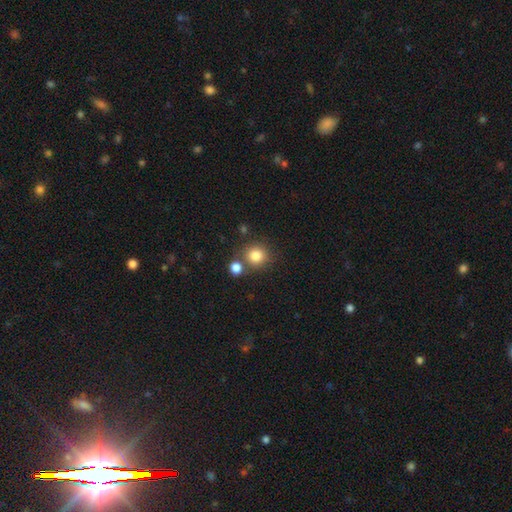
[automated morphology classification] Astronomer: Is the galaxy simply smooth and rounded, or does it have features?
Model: smooth — 83%.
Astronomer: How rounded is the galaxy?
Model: round — 91%.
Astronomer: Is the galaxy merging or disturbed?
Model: none — 73%.